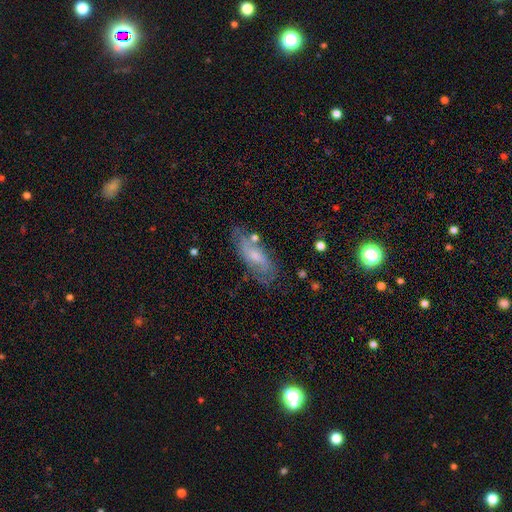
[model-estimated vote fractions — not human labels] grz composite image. It shows a featured or disk galaxy (53%). Merging: none (63%).